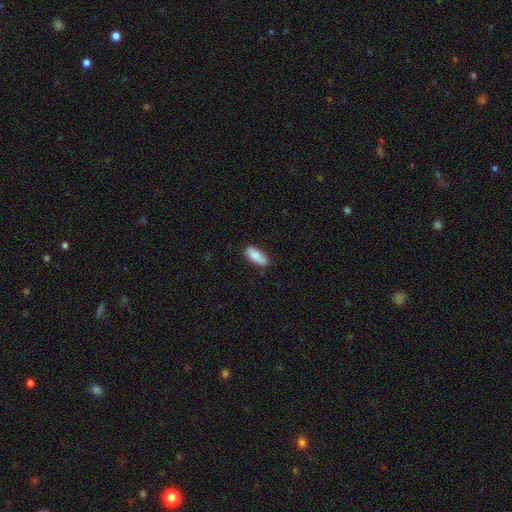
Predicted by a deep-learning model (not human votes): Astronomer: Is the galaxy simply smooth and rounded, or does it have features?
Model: smooth — 87%.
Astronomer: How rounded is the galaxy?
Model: in between — 78%.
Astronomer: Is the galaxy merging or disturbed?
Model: none — 78%.